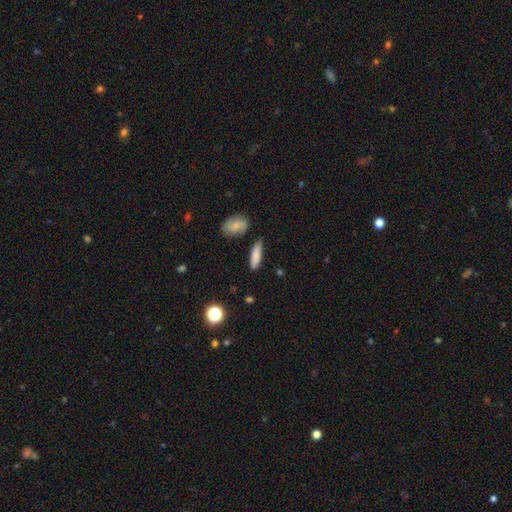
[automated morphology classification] A smooth galaxy with no disk features (81%) that is cigar-shaped (59%). Merging: none (76%).